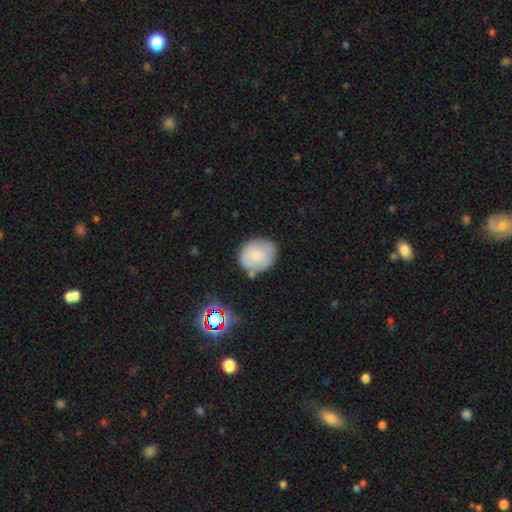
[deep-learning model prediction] Morphology: type=smooth (74%); roundness=round (70%); merging=none (64%).